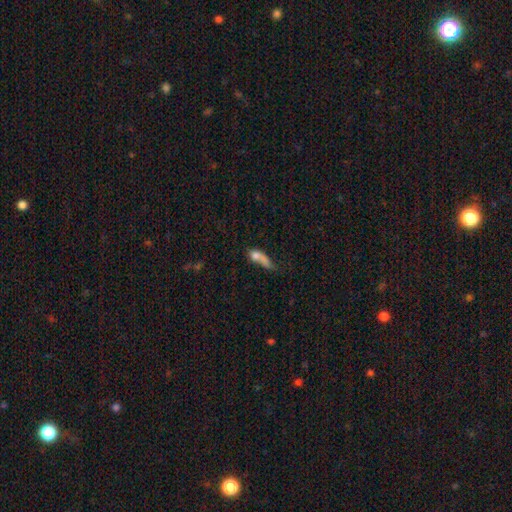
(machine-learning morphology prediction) Smooth or featured? Predicted: smooth (p=0.67). How rounded? Predicted: in between (p=0.57). Merging? Predicted: merger (p=0.34).